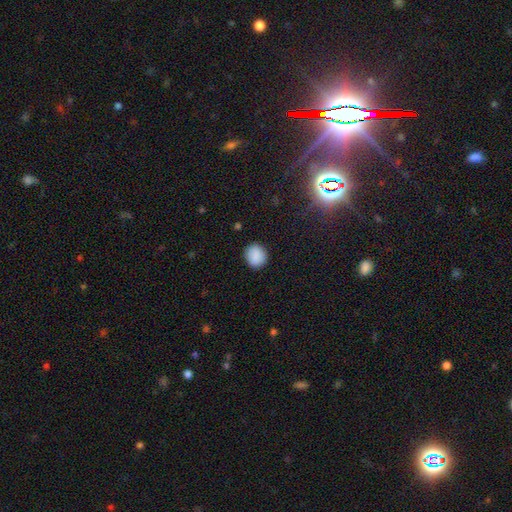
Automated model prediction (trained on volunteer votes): This appears to be a smooth galaxy with no disk features (88%) that is round (80%). Merging: none (88%).